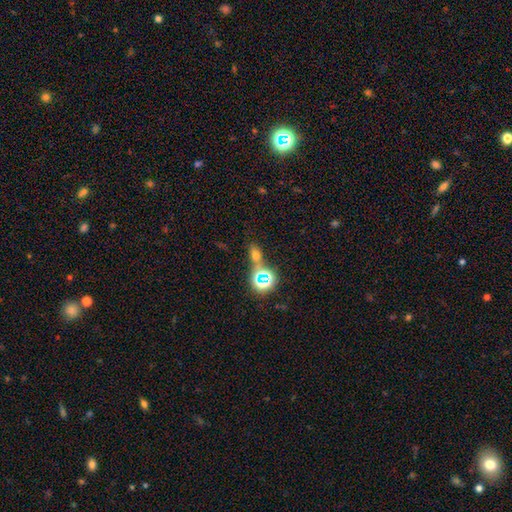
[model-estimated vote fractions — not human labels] Smooth or featured? Predicted: smooth (p=0.49). Merging? Predicted: none (p=0.62).